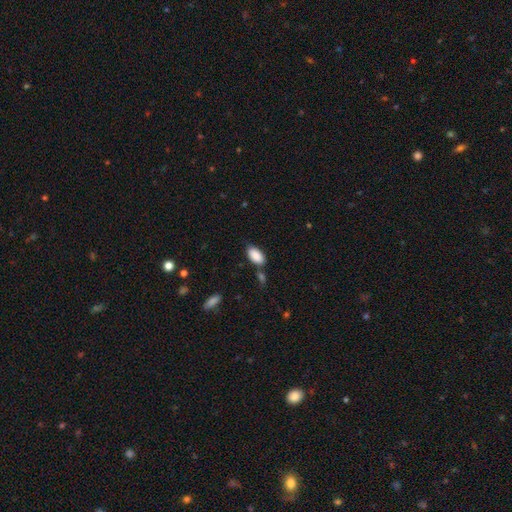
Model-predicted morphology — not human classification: smooth 89%, star or artifact 7%, featured or disk 5%. Down the decision tree: how rounded — in between (94%); merging — none (73%).